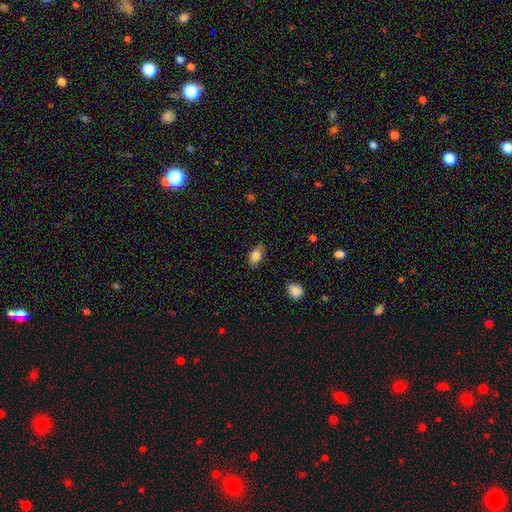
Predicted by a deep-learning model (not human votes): Q: Smooth or featured?
A: smooth (86%); runner-up: star or artifact (8%)
Q: How rounded?
A: in between (88%); runner-up: round (9%)
Q: Merging?
A: none (79%); runner-up: minor disturbance (16%)